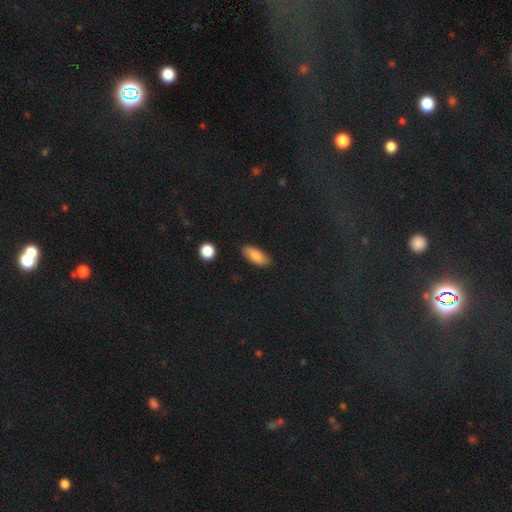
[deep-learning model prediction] smooth 82%, featured or disk 10%, star or artifact 7%. Down the decision tree: how rounded — in between (80%); merging — none (83%).